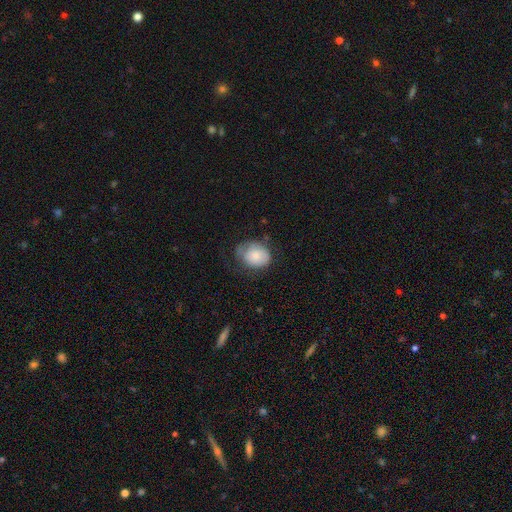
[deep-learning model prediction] smooth-or-featured: smooth: 73% | featured or disk: 19% | star or artifact: 7%
  how-rounded: round: 51% | in between: 49% | cigar-shaped: 1%
  merging: none: 50% | minor disturbance: 33% | major disturbance: 16% | merger: 2%